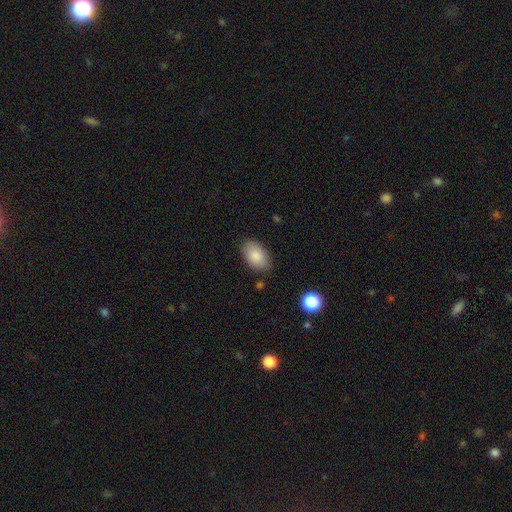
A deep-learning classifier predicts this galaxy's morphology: This is clearly a smooth galaxy (87%). How rounded: clearly in between (93%). Merging: clearly none (82%).